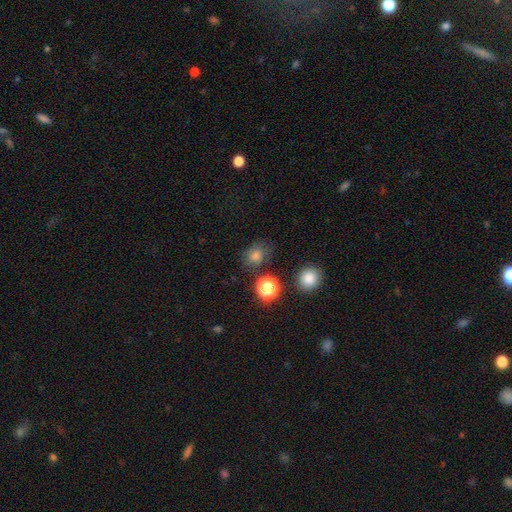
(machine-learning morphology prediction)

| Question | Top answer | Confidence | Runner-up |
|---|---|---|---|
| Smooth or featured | smooth | 66% | star or artifact (26%) |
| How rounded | round | 62% | in between (37%) |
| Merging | none | 76% | minor disturbance (14%) |